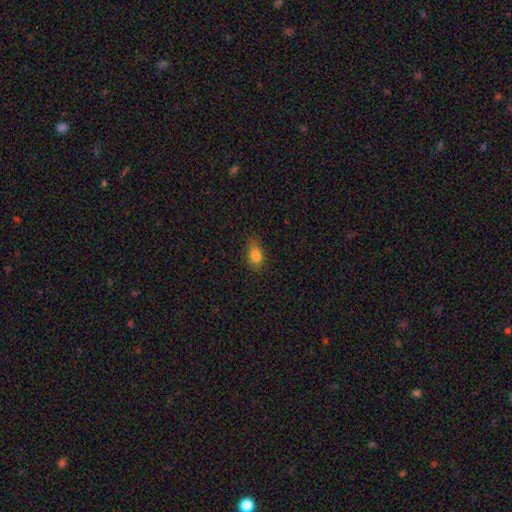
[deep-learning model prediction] smooth-or-featured: smooth: 82% | star or artifact: 12% | featured or disk: 6%
  how-rounded: in between: 85% | round: 10% | cigar-shaped: 5%
  merging: none: 73% | minor disturbance: 20% | major disturbance: 5% | merger: 2%